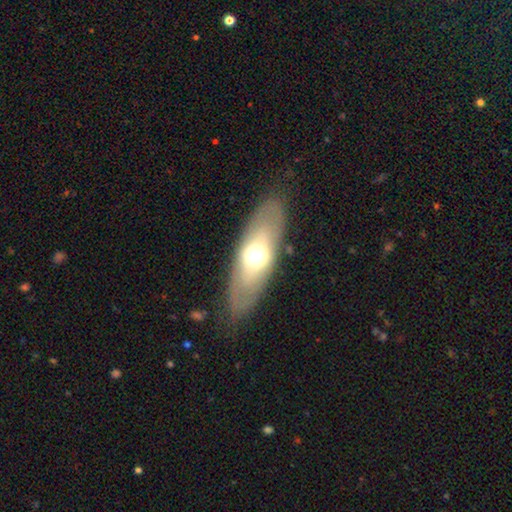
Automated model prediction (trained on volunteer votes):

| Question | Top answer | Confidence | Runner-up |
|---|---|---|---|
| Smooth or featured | smooth | 49% | featured or disk (43%) |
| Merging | none | 83% | minor disturbance (10%) |